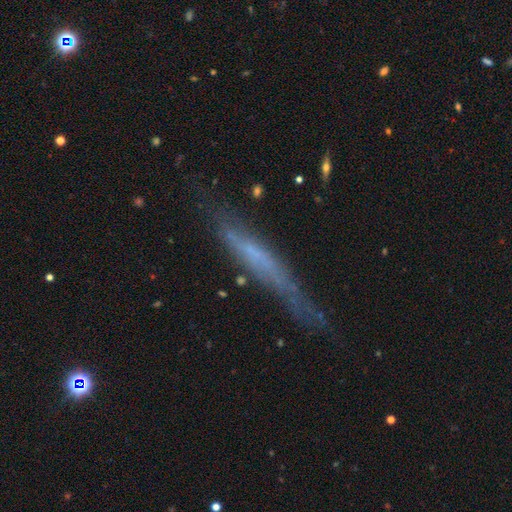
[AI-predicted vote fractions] Morphology: type=featured or disk (54%); edge-on=yes (81%); merging=none (55%).